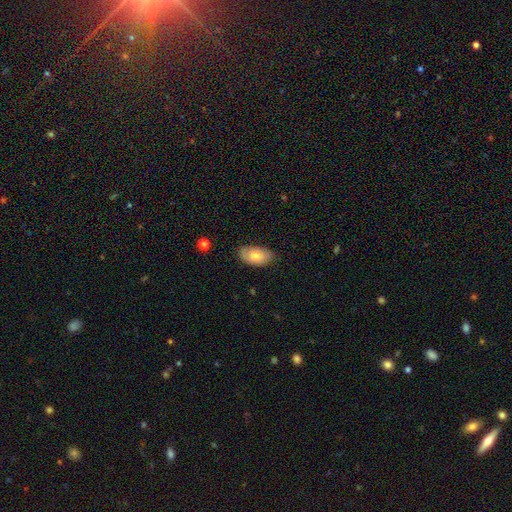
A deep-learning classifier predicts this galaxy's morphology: A smooth galaxy with no disk features (74%) that is in between round and cigar-shaped (94%).

Vote fractions:
- Smooth or featured? smooth: 74% / featured or disk: 20% / star or artifact: 6%
- How rounded? in between: 94% / round: 4% / cigar-shaped: 2%
- Merging? none: 77% / minor disturbance: 19% / major disturbance: 3% / merger: 1%